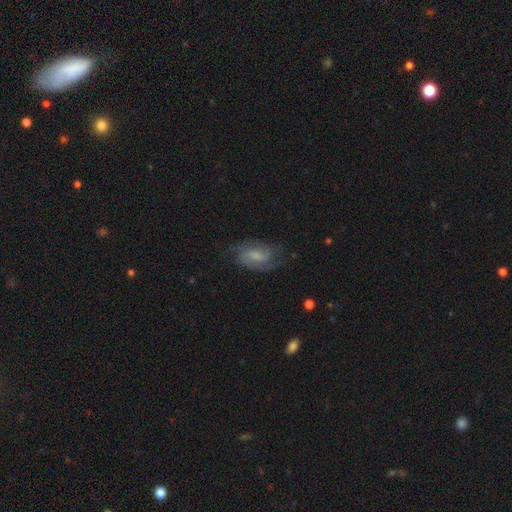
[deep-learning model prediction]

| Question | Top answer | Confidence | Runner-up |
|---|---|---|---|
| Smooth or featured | featured or disk | 70% | smooth (23%) |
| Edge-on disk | no | 96% | yes (4%) |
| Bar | weak | 52% | no (37%) |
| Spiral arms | yes | 92% | no (8%) |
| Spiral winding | medium | 48% | tight (33%) |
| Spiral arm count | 2 | 68% | can't tell (16%) |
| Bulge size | moderate | 38% | small (34%) |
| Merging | none | 68% | minor disturbance (20%) |